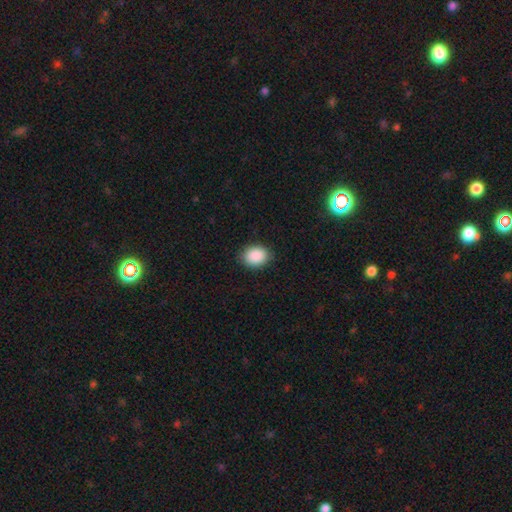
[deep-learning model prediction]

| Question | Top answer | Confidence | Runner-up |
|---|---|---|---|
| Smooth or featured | smooth | 90% | star or artifact (7%) |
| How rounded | in between | 60% | round (39%) |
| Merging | none | 87% | minor disturbance (9%) |